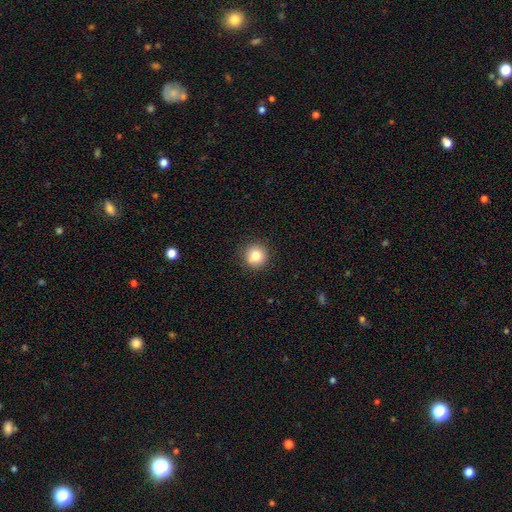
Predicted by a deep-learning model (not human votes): This is clearly a smooth galaxy (82%). How rounded: clearly round (94%). Merging: clearly none (90%).